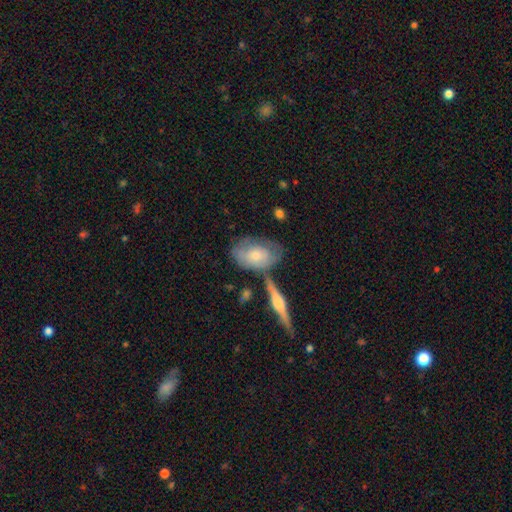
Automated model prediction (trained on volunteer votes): This appears to be a smooth galaxy with no disk features (55%) that is in between round and cigar-shaped (85%). Merging: none (49%).